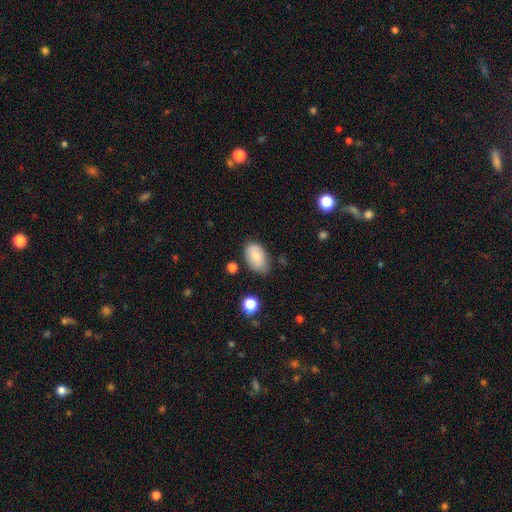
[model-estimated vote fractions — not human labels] Smooth or featured: smooth — 81% (featured or disk — 11%)
How rounded: in between — 91% (round — 8%)
Merging: none — 68% (minor disturbance — 24%)